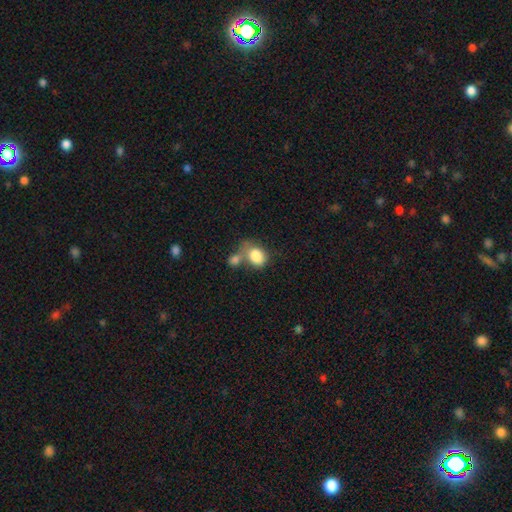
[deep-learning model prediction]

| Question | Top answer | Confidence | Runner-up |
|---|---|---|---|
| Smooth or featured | smooth | 83% | featured or disk (9%) |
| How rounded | in between | 60% | round (39%) |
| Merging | merger | 47% | none (30%) |